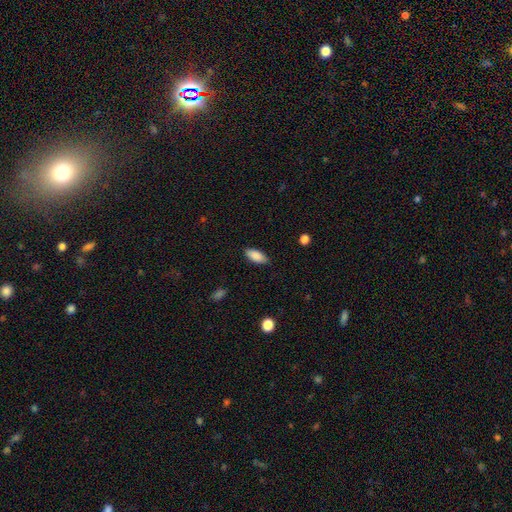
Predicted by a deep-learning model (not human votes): A smooth galaxy with no disk features (87%) that is in between round and cigar-shaped (84%).

Vote fractions:
- Smooth or featured? smooth: 87% / star or artifact: 7% / featured or disk: 6%
- How rounded? in between: 84% / cigar-shaped: 14% / round: 2%
- Merging? none: 86% / minor disturbance: 11% / major disturbance: 2% / merger: 1%